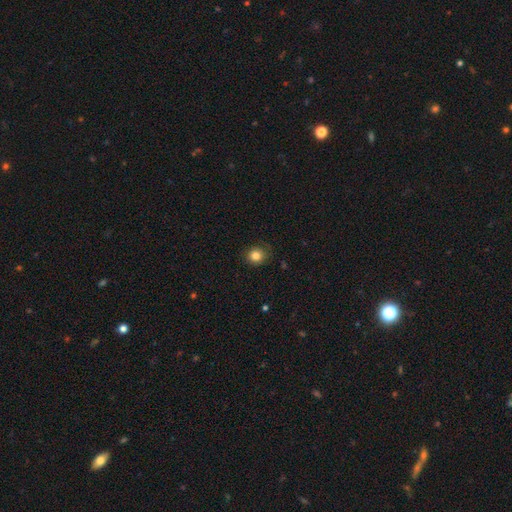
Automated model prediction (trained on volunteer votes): A smooth galaxy with no disk features (83%) that is round (83%). Merging: none (81%).